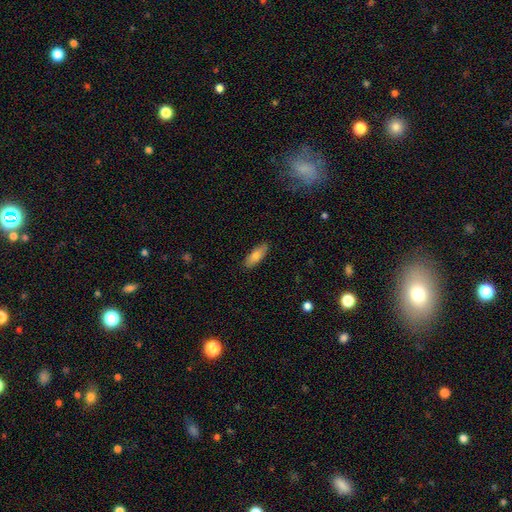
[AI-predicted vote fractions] The model was most divided on "how rounded": in between: 59%, cigar-shaped: 39%, round: 2%. More confident: merging — none (88%); smooth or featured — smooth (78%).